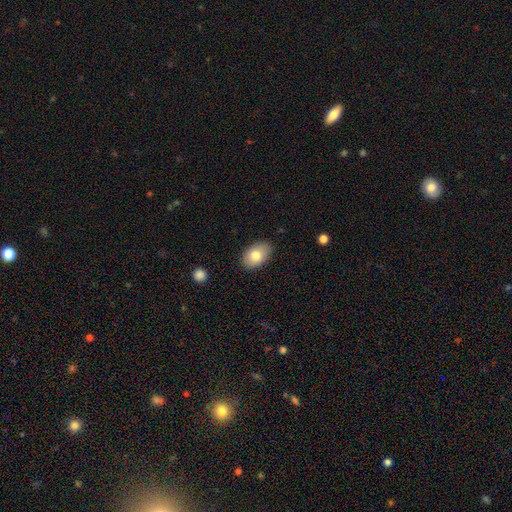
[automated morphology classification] A smooth galaxy with no disk features (79%) that is in between round and cigar-shaped (89%).

Vote fractions:
- Smooth or featured? smooth: 79% / featured or disk: 14% / star or artifact: 7%
- How rounded? in between: 89% / round: 9% / cigar-shaped: 1%
- Merging? none: 84% / minor disturbance: 12% / major disturbance: 2% / merger: 1%